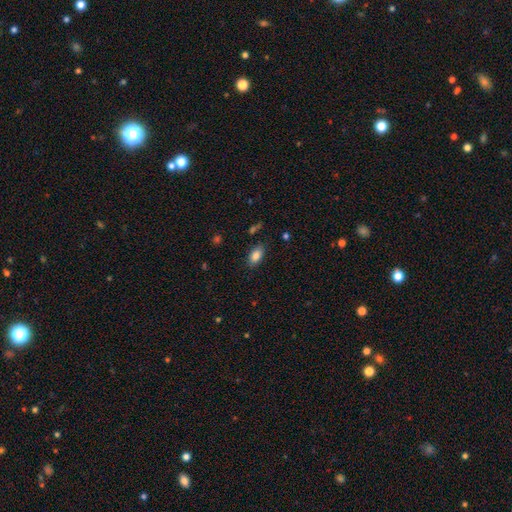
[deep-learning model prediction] Q: Smooth or featured?
A: smooth (85%); runner-up: star or artifact (8%)
Q: How rounded?
A: in between (90%); runner-up: round (5%)
Q: Merging?
A: none (83%); runner-up: minor disturbance (12%)